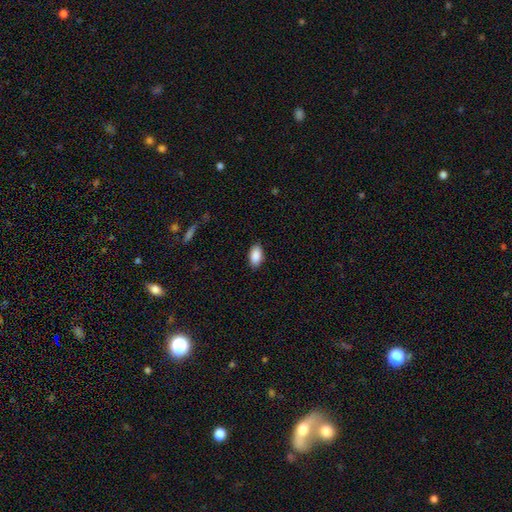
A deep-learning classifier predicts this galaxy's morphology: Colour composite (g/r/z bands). It shows a smooth galaxy with no disk features (90%) that is in between round and cigar-shaped (94%). Merging: none (87%).